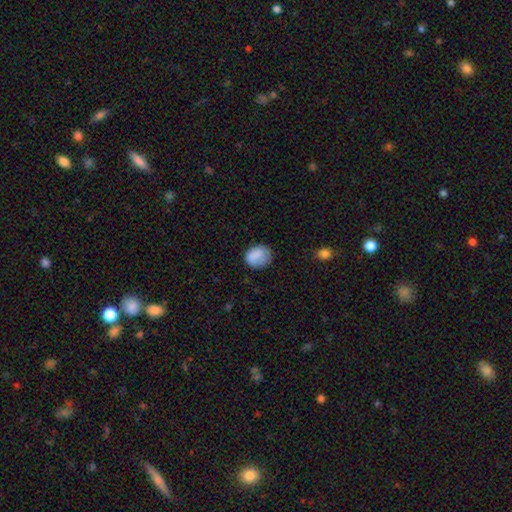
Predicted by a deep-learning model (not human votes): This appears to be a smooth galaxy with no disk features (83%) that is round (57%). Merging: none (68%).